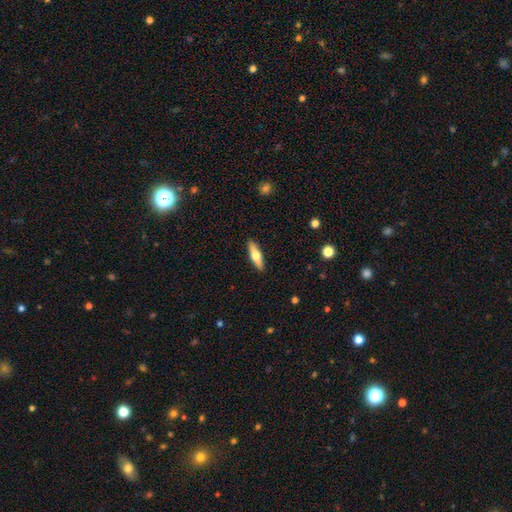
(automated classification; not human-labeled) Smooth or featured? Predicted: smooth (p=0.49). Merging? Predicted: none (p=0.91).